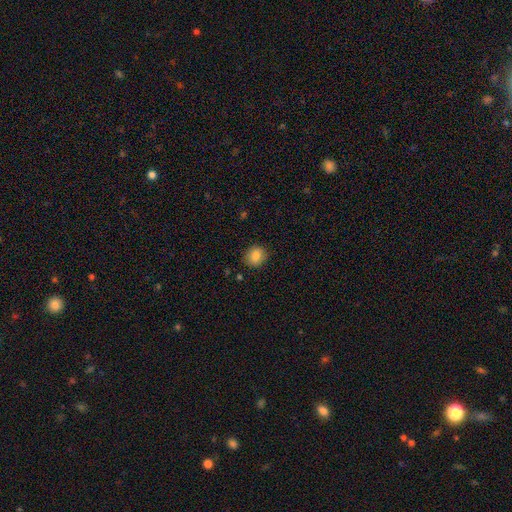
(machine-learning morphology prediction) A smooth galaxy with no disk features (83%) that is round (75%).

Vote fractions:
- Smooth or featured? smooth: 83% / star or artifact: 10% / featured or disk: 8%
- How rounded? round: 75% / in between: 24% / cigar-shaped: 1%
- Merging? none: 88% / minor disturbance: 9% / major disturbance: 2% / merger: 1%